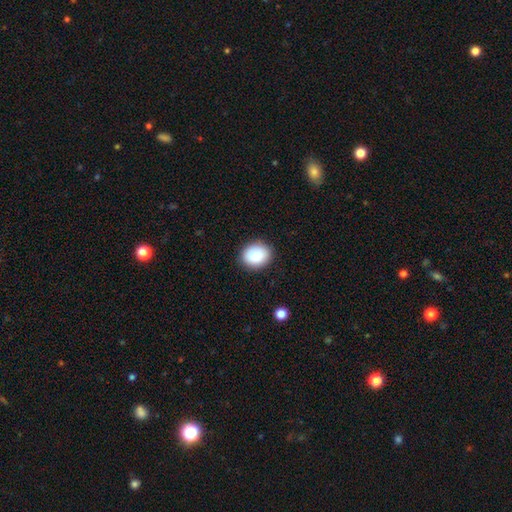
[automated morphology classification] smooth 87%, star or artifact 7%, featured or disk 5%. Down the decision tree: how rounded — round (52%); merging — none (87%).